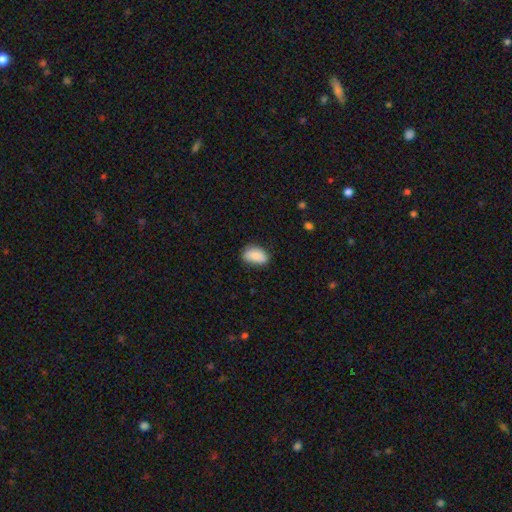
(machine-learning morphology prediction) smooth_or_featured: smooth (p=0.81) [alt: featured or disk p=0.12]
how_rounded: in between (p=0.90) [alt: round p=0.07]
merging: none (p=0.74) [alt: minor disturbance p=0.21]